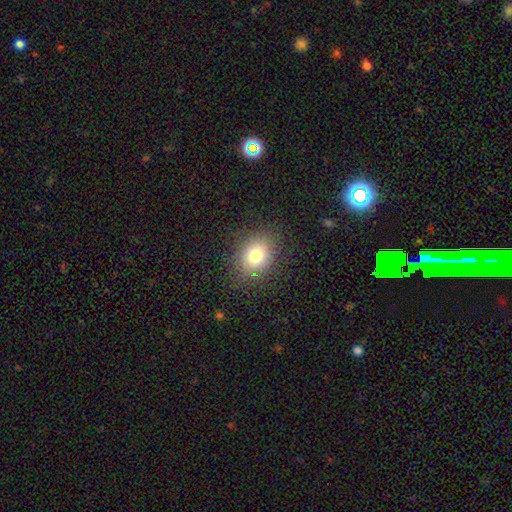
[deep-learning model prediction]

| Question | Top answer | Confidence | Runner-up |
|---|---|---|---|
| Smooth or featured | smooth | 78% | star or artifact (13%) |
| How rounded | round | 58% | in between (41%) |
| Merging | none | 84% | minor disturbance (10%) |